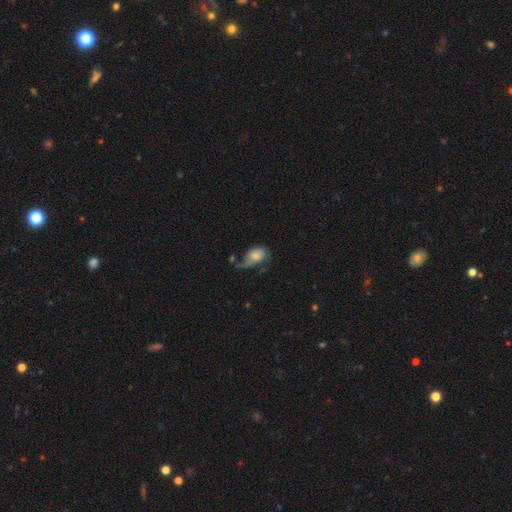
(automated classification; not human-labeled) This is possibly a smooth galaxy (52%). How rounded: clearly in between (82%). Merging: possibly major disturbance (45%).